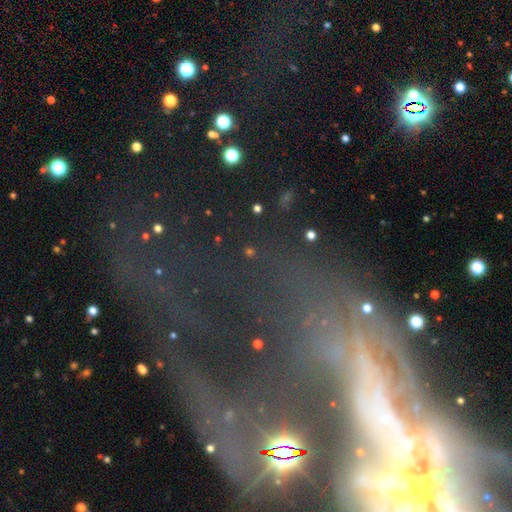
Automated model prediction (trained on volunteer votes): featured or disk 52%, star or artifact 31%, smooth 16%. Down the decision tree: edge-on disk — no (78%); merging — major disturbance (35%).